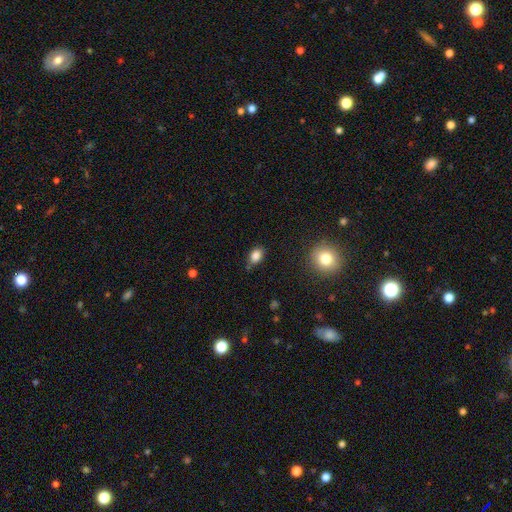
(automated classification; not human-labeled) Smooth or featured? Predicted: smooth (p=0.83). How rounded? Predicted: in between (p=0.78). Merging? Predicted: none (p=0.64).